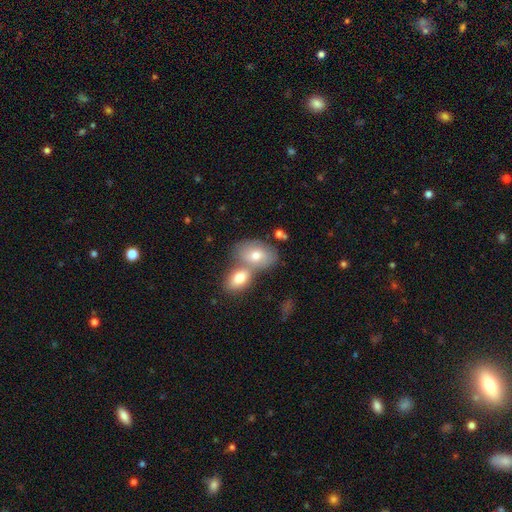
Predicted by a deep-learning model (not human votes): Smooth or featured? smooth (69%)
How rounded? in between (86%)
Merging? merger (46%)